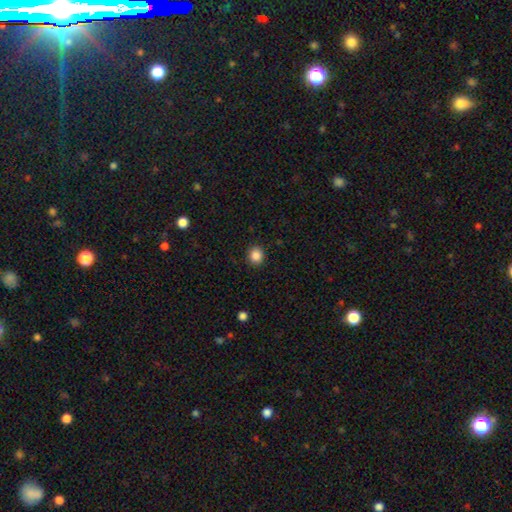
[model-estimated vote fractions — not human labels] This appears to be a smooth galaxy with no disk features (87%) that is round (86%). Merging: none (92%).